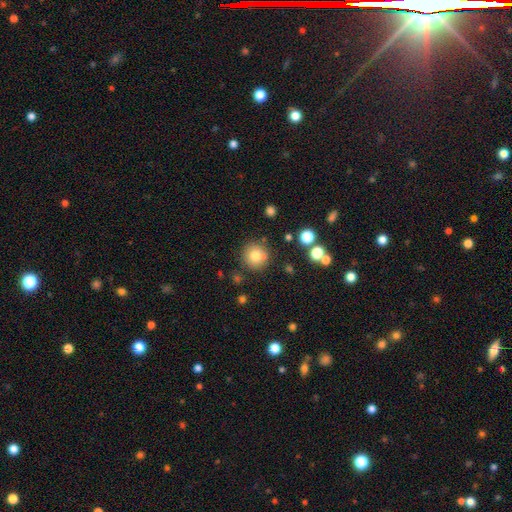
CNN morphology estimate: Smooth or featured: smooth — 78% (star or artifact — 12%)
How rounded: round — 94% (in between — 5%)
Merging: none — 80% (minor disturbance — 9%)